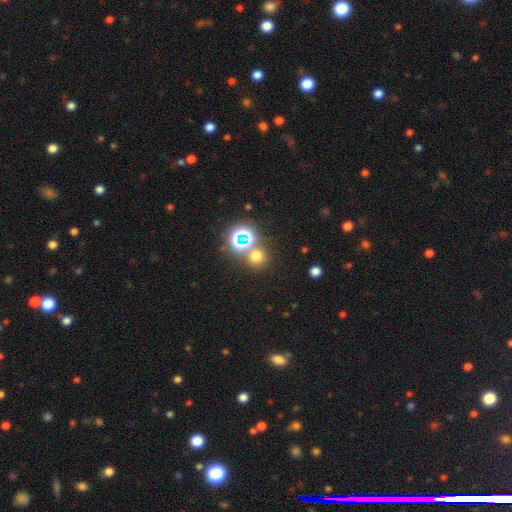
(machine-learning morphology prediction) Smooth or featured?
  - smooth: 61% *
  - star or artifact: 33%
  - featured or disk: 7%
How rounded?
  - round: 91% *
  - in between: 8%
  - cigar-shaped: 1%
Merging?
  - none: 76% *
  - merger: 14%
  - minor disturbance: 7%
  - major disturbance: 3%